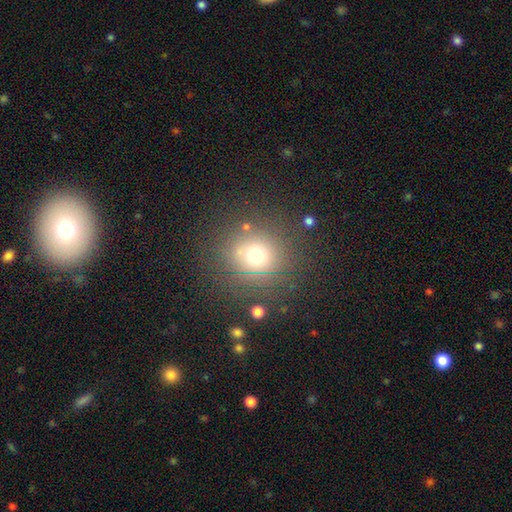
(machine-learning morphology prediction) This appears to be a smooth galaxy with no disk features (65%) that is round (88%). Merging: none (80%).